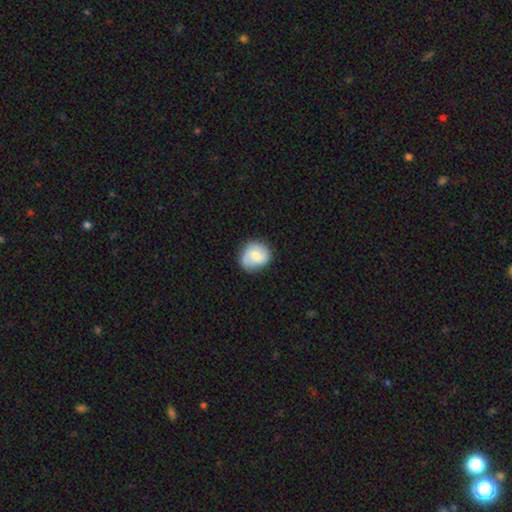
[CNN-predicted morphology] smooth-or-featured: smooth: 53% | featured or disk: 40% | star or artifact: 7%
  how-rounded: round: 73% | in between: 26% | cigar-shaped: 1%
  merging: none: 68% | minor disturbance: 23% | major disturbance: 7% | merger: 1%